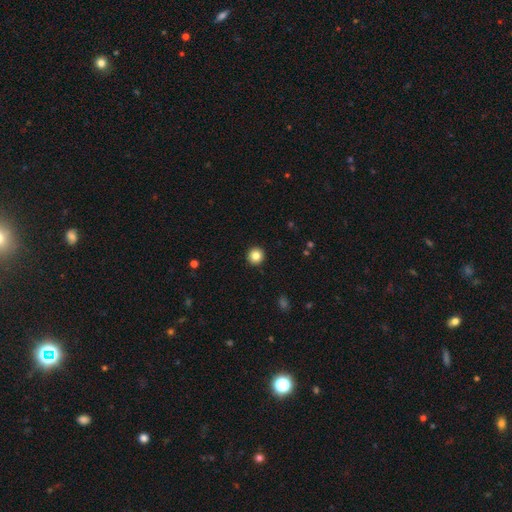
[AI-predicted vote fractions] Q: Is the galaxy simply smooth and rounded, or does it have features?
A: smooth — 83%.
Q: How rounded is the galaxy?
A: round — 95%.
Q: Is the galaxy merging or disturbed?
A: none — 93%.